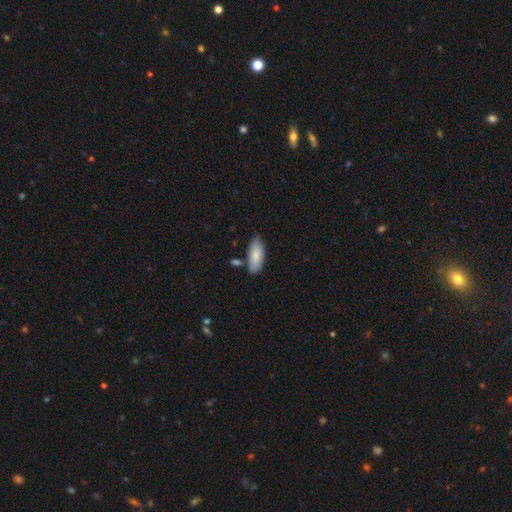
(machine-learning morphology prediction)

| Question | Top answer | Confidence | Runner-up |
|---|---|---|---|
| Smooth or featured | smooth | 84% | featured or disk (10%) |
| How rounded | in between | 83% | cigar-shaped (16%) |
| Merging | none | 76% | minor disturbance (15%) |